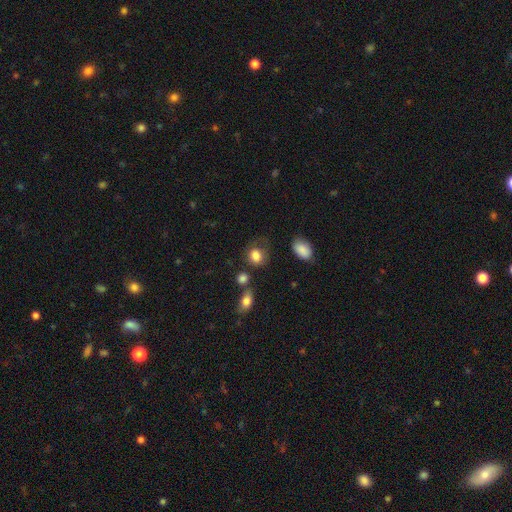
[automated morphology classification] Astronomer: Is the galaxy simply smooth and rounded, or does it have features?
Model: smooth — 83%.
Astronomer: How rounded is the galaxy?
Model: round — 63%.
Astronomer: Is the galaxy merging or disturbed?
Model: none — 53%.